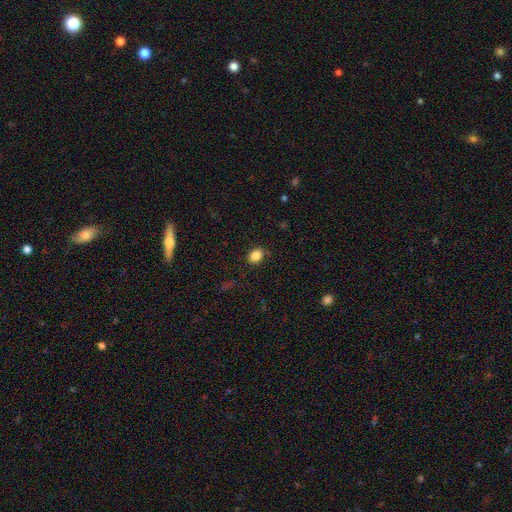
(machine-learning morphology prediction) This is clearly a smooth galaxy (85%). How rounded: likely in between (61%). Merging: clearly none (85%).